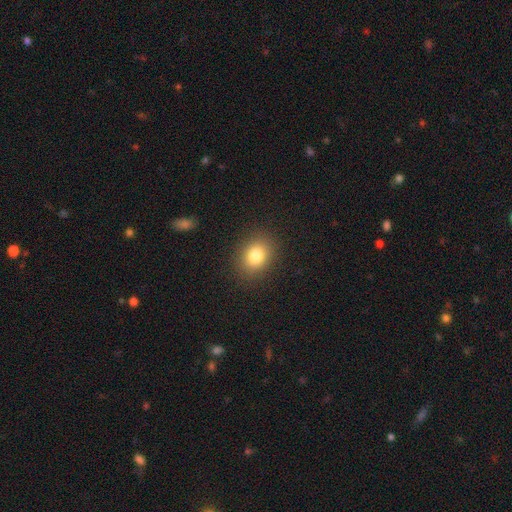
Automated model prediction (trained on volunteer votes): A smooth galaxy with no disk features (81%) that is in between round and cigar-shaped (51%). Merging: none (88%).